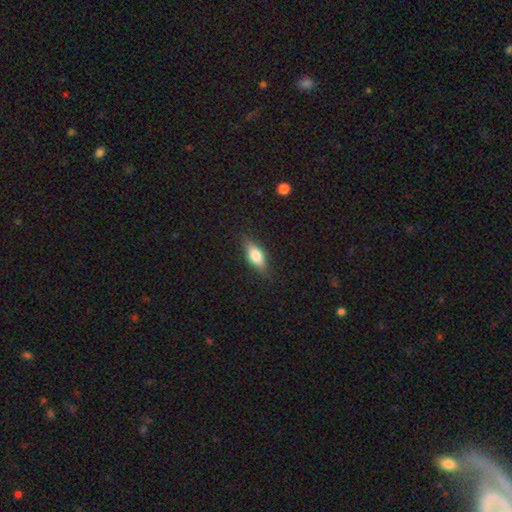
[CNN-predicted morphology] Smooth or featured?
  - smooth: 63% *
  - featured or disk: 29%
  - star or artifact: 8%
How rounded?
  - in between: 70% *
  - cigar-shaped: 25%
  - round: 5%
Merging?
  - none: 83% *
  - minor disturbance: 13%
  - major disturbance: 3%
  - merger: 1%